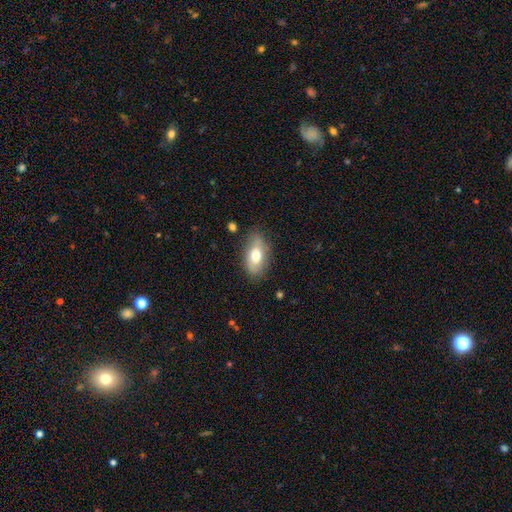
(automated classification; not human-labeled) The model was most divided on "smooth or featured": smooth: 71%, featured or disk: 22%, star or artifact: 7%. More confident: how rounded — in between (90%); merging — none (76%).